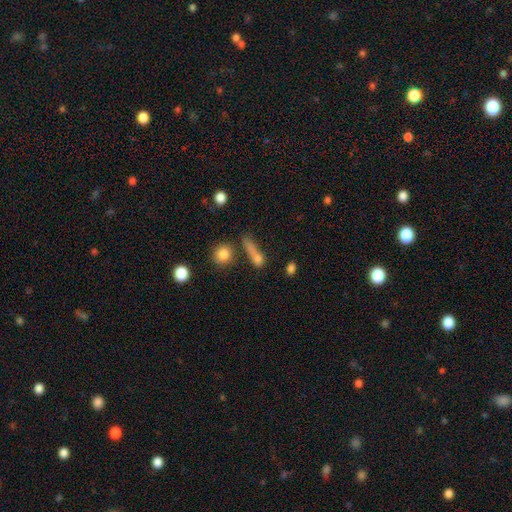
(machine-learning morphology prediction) Overall: smooth (70%). How rounded: cigar-shaped (45%; in between 31%). Merging: none (43%; merger 25%).